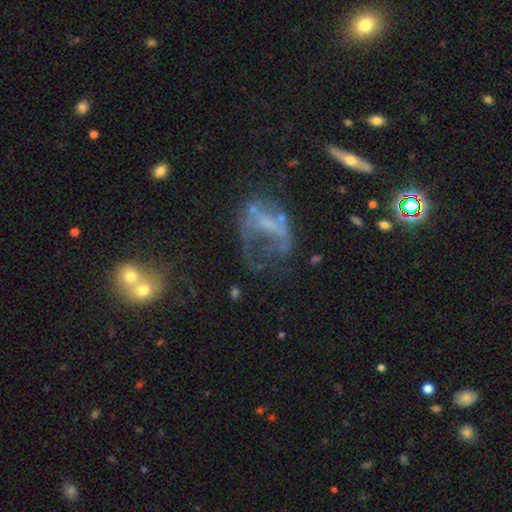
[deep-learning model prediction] Smooth or featured: featured or disk — 50% (star or artifact — 27%)
Merging: major disturbance — 42% (none — 29%)